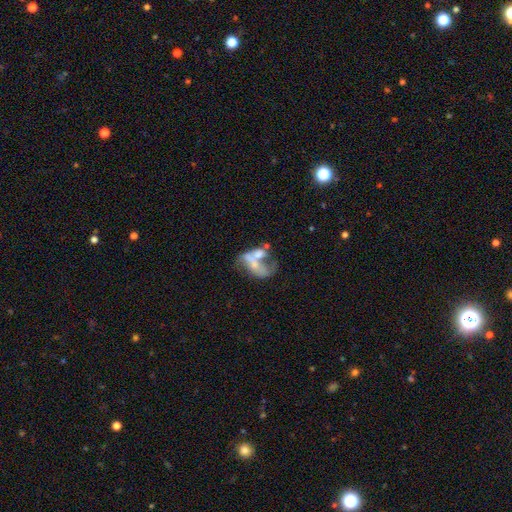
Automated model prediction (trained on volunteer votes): smooth_or_featured: featured or disk (p=0.56) [alt: smooth p=0.33]
disk_edge_on: no (p=0.96) [alt: yes p=0.04]
bar: no (p=0.79) [alt: weak p=0.14]
has_spiral_arms: no (p=0.79) [alt: yes p=0.21]
bulge_size: none (p=0.40) [alt: moderate p=0.27]
merging: merger (p=0.50) [alt: major disturbance p=0.25]